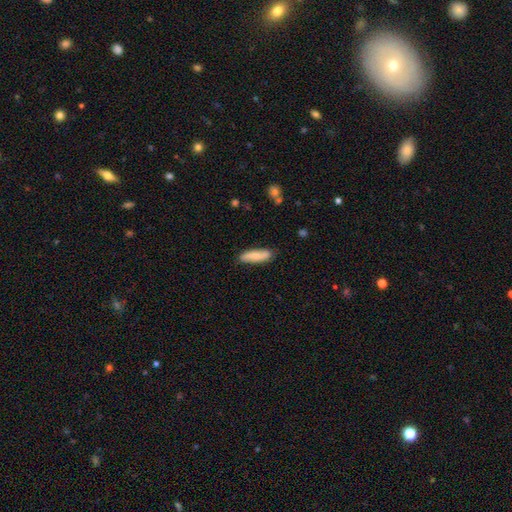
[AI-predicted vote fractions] Smooth or featured? smooth (66%)
How rounded? cigar-shaped (56%)
Merging? none (81%)